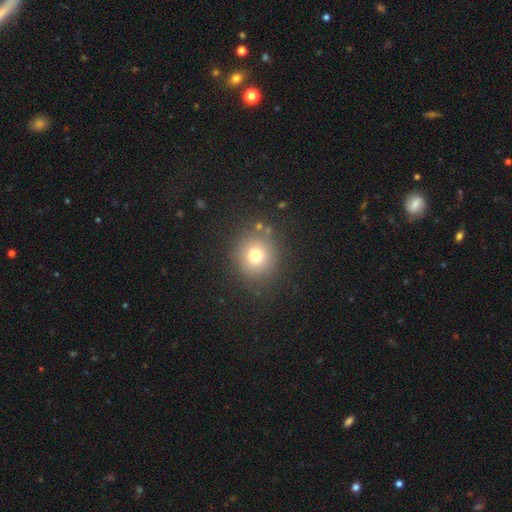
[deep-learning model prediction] Smooth or featured? smooth (73%)
How rounded? round (88%)
Merging? none (83%)